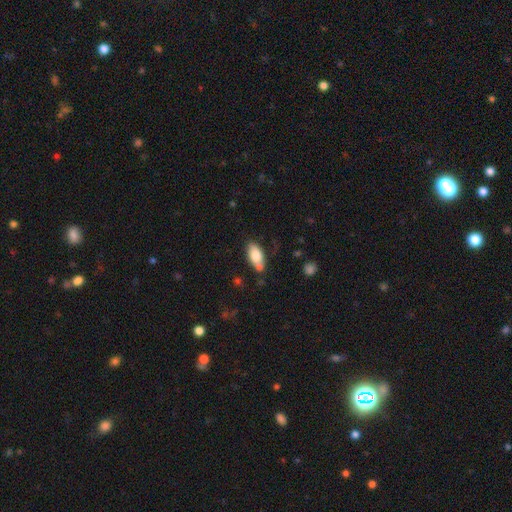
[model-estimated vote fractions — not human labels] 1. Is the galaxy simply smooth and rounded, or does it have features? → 80% smooth, 13% featured or disk, 7% star or artifact.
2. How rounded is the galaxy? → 89% in between, 8% cigar-shaped, 3% round.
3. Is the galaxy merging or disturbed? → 65% none, 19% minor disturbance, 11% merger, 5% major disturbance.